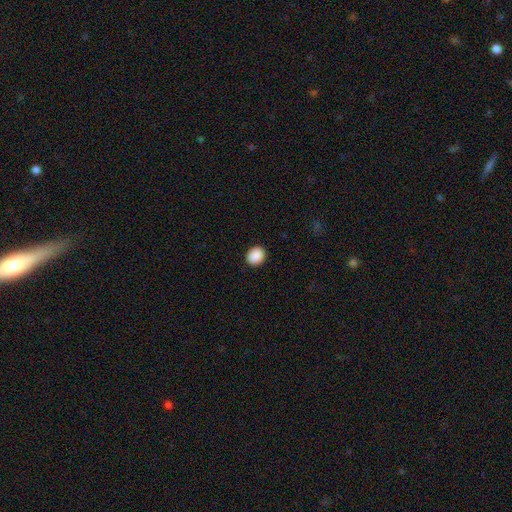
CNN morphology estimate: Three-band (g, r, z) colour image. It shows a smooth galaxy with no disk features (90%) that is round (60%). Merging: none (91%).